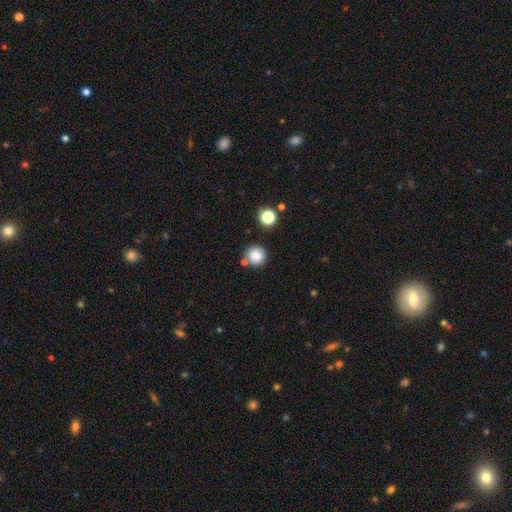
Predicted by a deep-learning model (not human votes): This is clearly a smooth galaxy (84%). How rounded: clearly round (92%). Merging: likely none (77%).